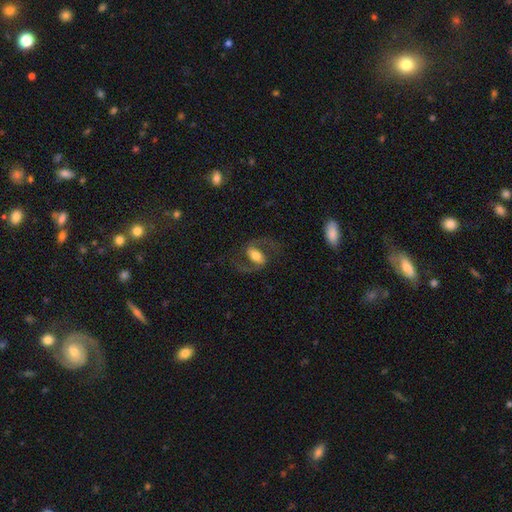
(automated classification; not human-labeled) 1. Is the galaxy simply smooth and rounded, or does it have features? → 77% featured or disk, 17% smooth, 6% star or artifact.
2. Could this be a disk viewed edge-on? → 96% no, 4% yes.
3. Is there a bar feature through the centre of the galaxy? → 40% strong, 37% weak, 22% no.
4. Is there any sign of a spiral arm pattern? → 92% yes, 8% no.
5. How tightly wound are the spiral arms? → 50% medium, 40% loose, 9% tight.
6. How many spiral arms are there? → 93% 2, 2% can't tell, 2% 1, 1% 3, 1% 4, 1% more than 4.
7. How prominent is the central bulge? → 60% moderate, 22% large, 14% small, 2% dominant, 2% none.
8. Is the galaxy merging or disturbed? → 74% none, 12% minor disturbance, 12% major disturbance, 2% merger.